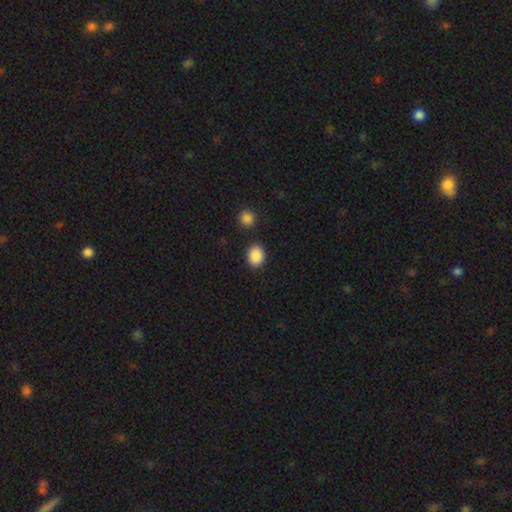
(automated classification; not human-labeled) Smooth or featured?
  - smooth: 89% *
  - star or artifact: 8%
  - featured or disk: 3%
How rounded?
  - round: 53% *
  - in between: 46%
  - cigar-shaped: 1%
Merging?
  - none: 86% *
  - minor disturbance: 8%
  - merger: 4%
  - major disturbance: 3%